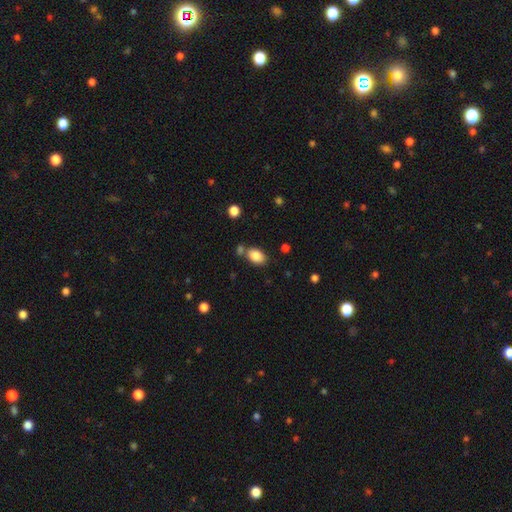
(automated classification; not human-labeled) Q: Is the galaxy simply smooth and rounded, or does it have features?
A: smooth — 85%.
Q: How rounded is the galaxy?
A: in between — 85%.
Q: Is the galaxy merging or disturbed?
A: none — 68%.